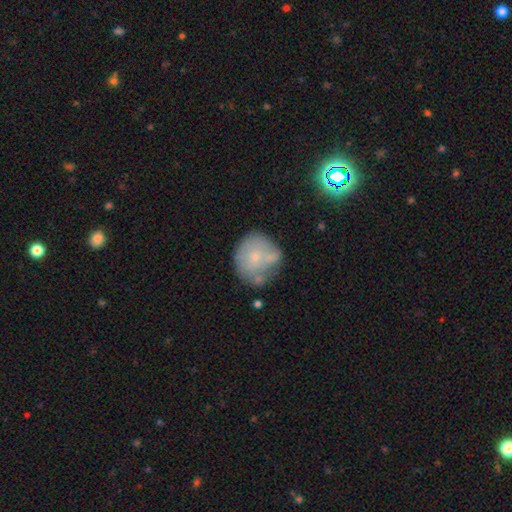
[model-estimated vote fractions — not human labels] A smooth galaxy with no disk features (58%) that is round (80%). Merging: none (44%).